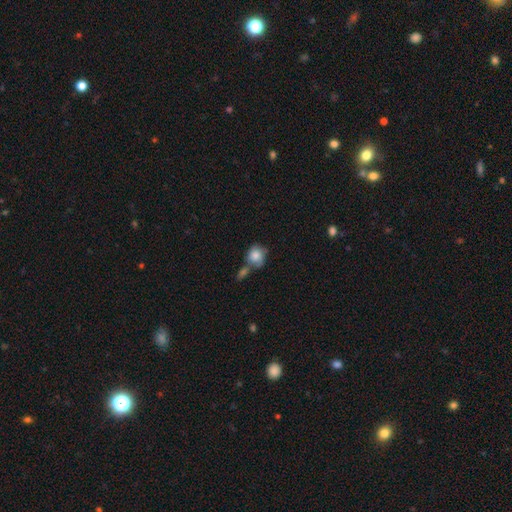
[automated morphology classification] This appears to be a smooth galaxy with no disk features (78%) that is round (69%). Merging: none (37%, tied with merger).